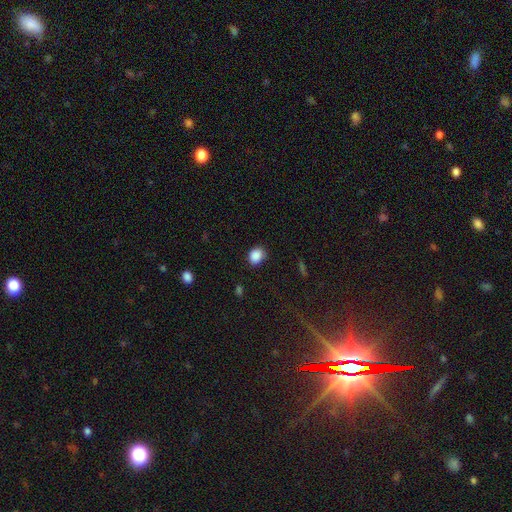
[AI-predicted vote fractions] A smooth galaxy with no disk features (88%) that is in between round and cigar-shaped (50%). Merging: none (84%).